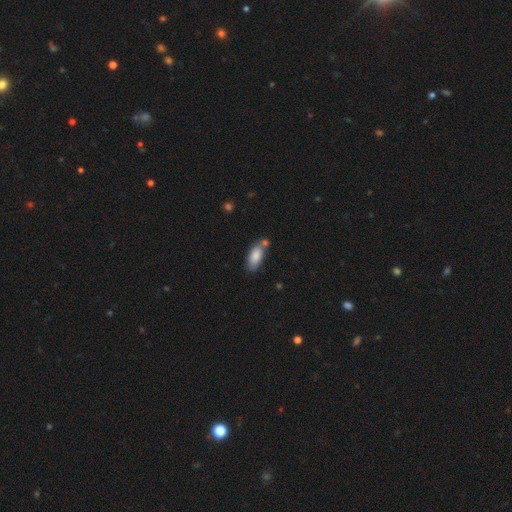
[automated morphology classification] A smooth galaxy with no disk features (84%) that is in between round and cigar-shaped (85%). Merging: none (55%).